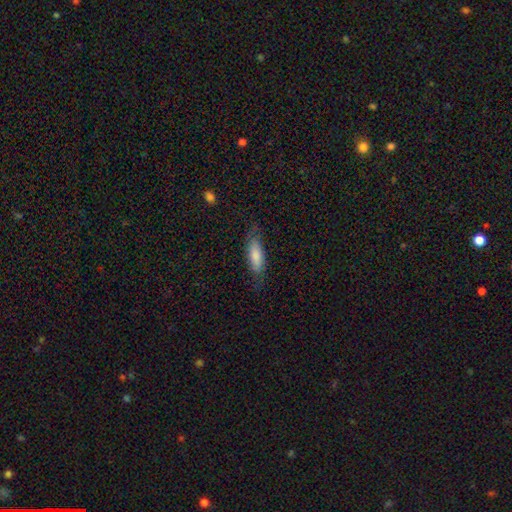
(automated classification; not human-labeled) smooth-or-featured: smooth: 77% | featured or disk: 17% | star or artifact: 6%
  how-rounded: in between: 59% | cigar-shaped: 39% | round: 2%
  merging: none: 71% | minor disturbance: 21% | major disturbance: 7% | merger: 1%